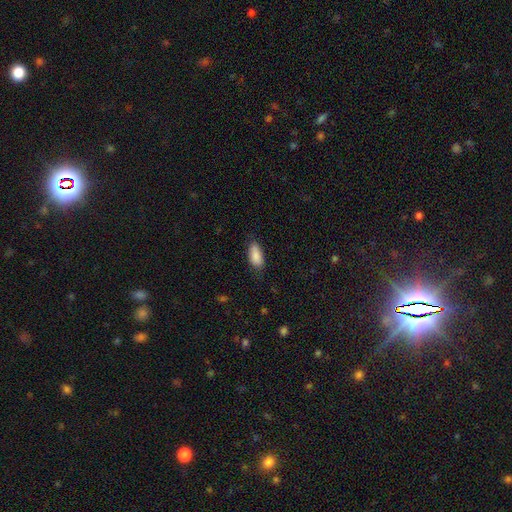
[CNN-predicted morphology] smooth_or_featured: smooth (p=0.88) [alt: star or artifact p=0.07]
how_rounded: in between (p=0.86) [alt: cigar-shaped p=0.12]
merging: none (p=0.77) [alt: minor disturbance p=0.19]